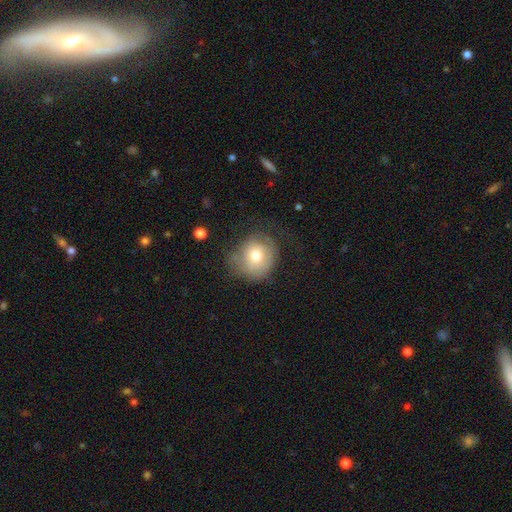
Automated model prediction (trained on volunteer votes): smooth 71%, featured or disk 21%, star or artifact 9%. Down the decision tree: how rounded — round (83%); merging — none (55%).